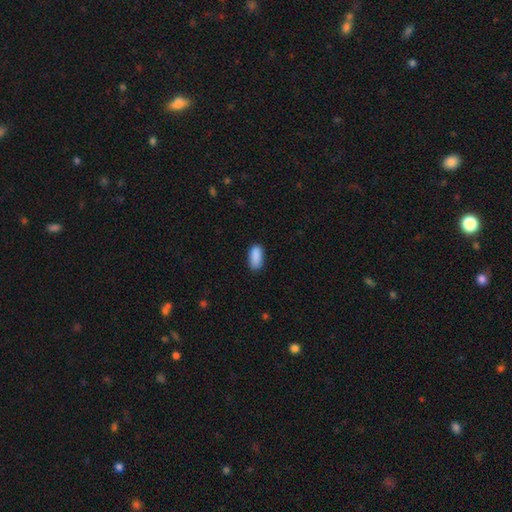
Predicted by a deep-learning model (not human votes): This is clearly a smooth galaxy (90%). How rounded: clearly in between (88%). Merging: clearly none (81%).